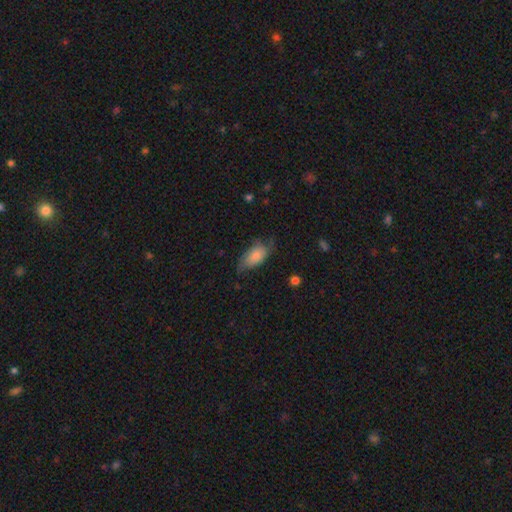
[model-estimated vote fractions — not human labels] Q: Smooth or featured?
A: smooth (73%); runner-up: featured or disk (20%)
Q: How rounded?
A: in between (92%); runner-up: cigar-shaped (5%)
Q: Merging?
A: none (50%); runner-up: minor disturbance (35%)